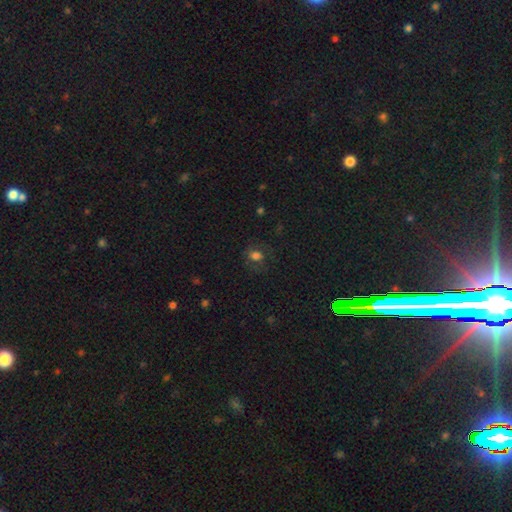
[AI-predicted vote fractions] Smooth or featured? smooth (68%)
How rounded? in between (51%)
Merging? none (70%)